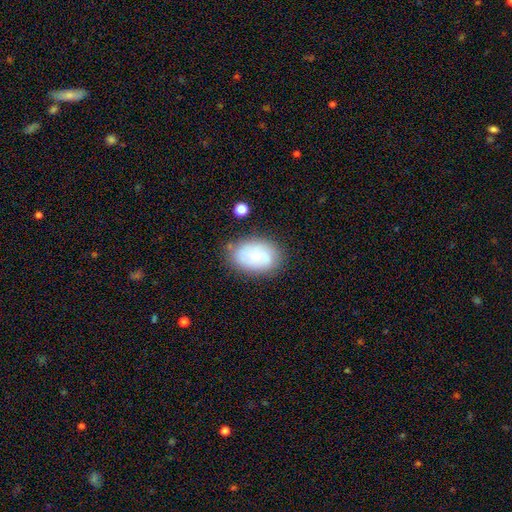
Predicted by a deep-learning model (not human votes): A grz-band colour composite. It shows a smooth galaxy with no disk features (56%) that is in between round and cigar-shaped (84%). Merging: none (71%).